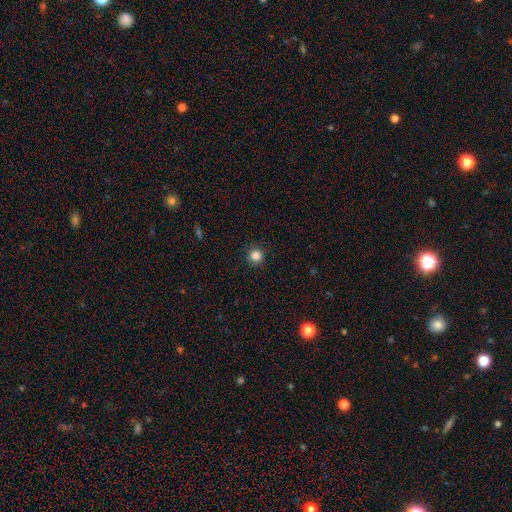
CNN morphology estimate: A smooth galaxy with no disk features (85%) that is round (95%).

Vote fractions:
- Smooth or featured? smooth: 85% / star or artifact: 12% / featured or disk: 4%
- How rounded? round: 95% / in between: 4% / cigar-shaped: 1%
- Merging? none: 92% / minor disturbance: 5% / major disturbance: 2% / merger: 1%